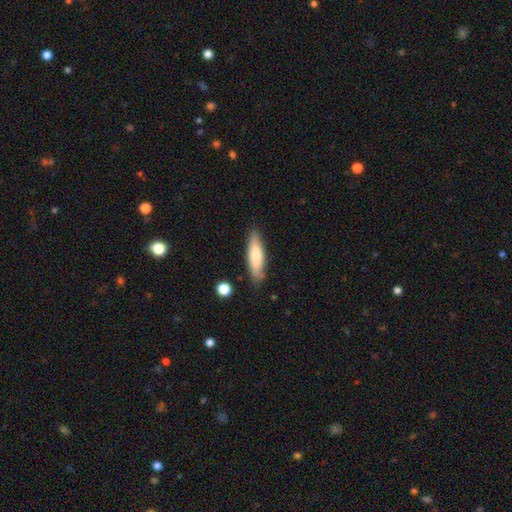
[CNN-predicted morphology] This appears to be a smooth galaxy with no disk features (77%) that is cigar-shaped (64%). Merging: none (82%).